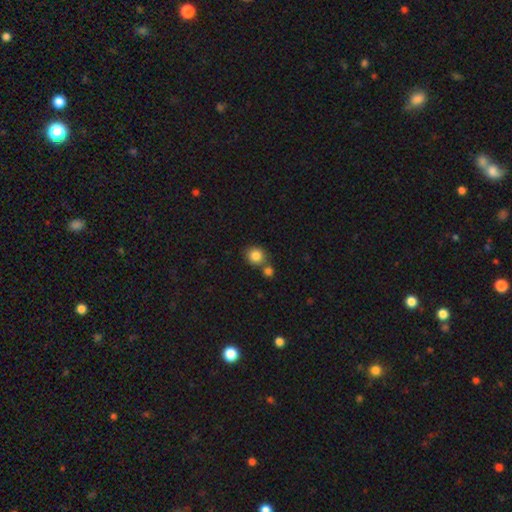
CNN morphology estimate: smooth 85%, star or artifact 10%, featured or disk 5%. Down the decision tree: how rounded — round (89%); merging — none (64%).